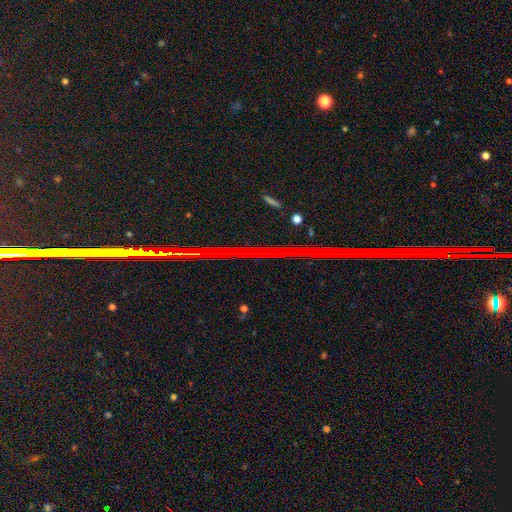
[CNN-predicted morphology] The model was most divided on "smooth or featured": star or artifact: 86%, featured or disk: 8%, smooth: 6%.